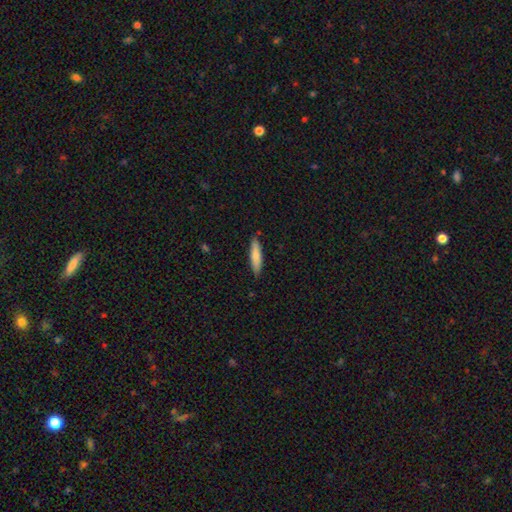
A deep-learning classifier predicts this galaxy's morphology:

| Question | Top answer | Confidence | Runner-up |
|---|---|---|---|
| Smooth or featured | smooth | 78% | featured or disk (16%) |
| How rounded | cigar-shaped | 77% | in between (22%) |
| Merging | none | 87% | minor disturbance (10%) |